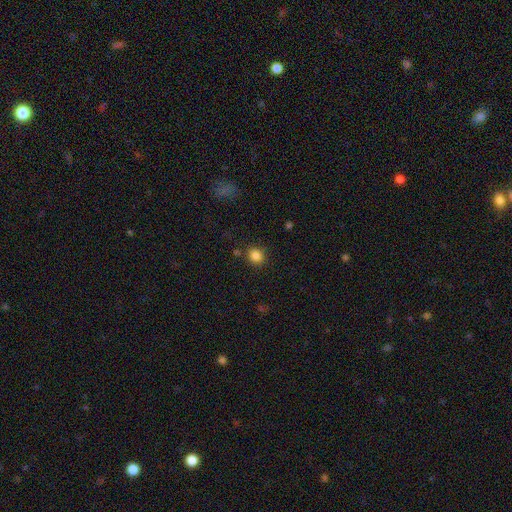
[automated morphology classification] This is clearly a smooth galaxy (84%). How rounded: likely round (79%). Merging: clearly none (83%).